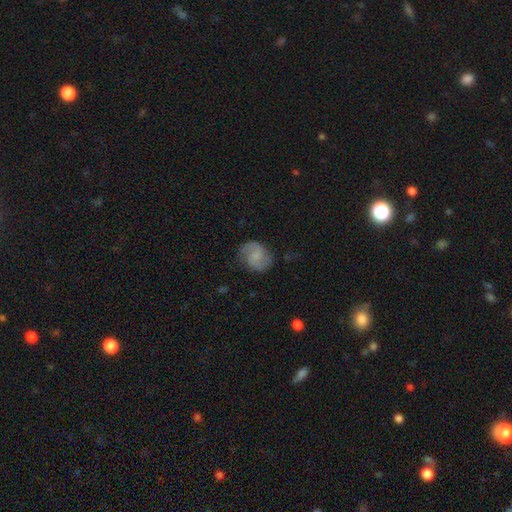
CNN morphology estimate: A featured or disk galaxy (59%) with no bar (57%), 2 (87%) medium (49%) spiral arms (92%) and no central bulge (42%).

Vote fractions:
- Smooth or featured? featured or disk: 59% / smooth: 33% / star or artifact: 8%
- Edge-on disk? no: 98% / yes: 2%
- Bar? no: 57% / weak: 37% / strong: 6%
- Spiral arms? yes: 92% / no: 8%
- Spiral winding? medium: 49% / loose: 29% / tight: 22%
- Spiral arm count? 2: 87% / can't tell: 6% / 1: 4% / 3: 2% / 4: 1% / more than 4: 1%
- Bulge size? none: 42% / small: 35% / moderate: 18% / large: 3% / dominant: 1%
- Merging? none: 72% / minor disturbance: 19% / major disturbance: 8% / merger: 1%